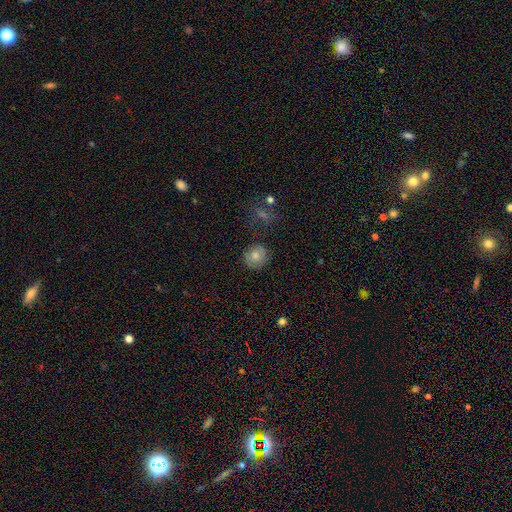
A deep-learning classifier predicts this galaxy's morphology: Q: Smooth or featured?
A: smooth (73%); runner-up: featured or disk (18%)
Q: How rounded?
A: round (83%); runner-up: in between (16%)
Q: Merging?
A: none (79%); runner-up: minor disturbance (15%)